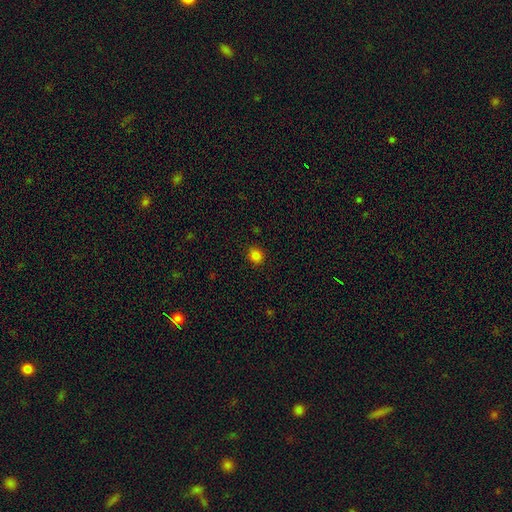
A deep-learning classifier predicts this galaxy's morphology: Q: Smooth or featured?
A: smooth (82%); runner-up: star or artifact (14%)
Q: How rounded?
A: round (74%); runner-up: in between (25%)
Q: Merging?
A: none (89%); runner-up: minor disturbance (8%)